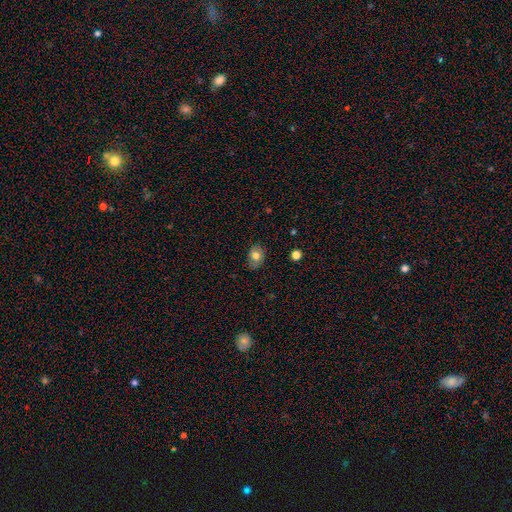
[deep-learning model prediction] A smooth galaxy with no disk features (75%) that is in between round and cigar-shaped (68%). Merging: none (81%).